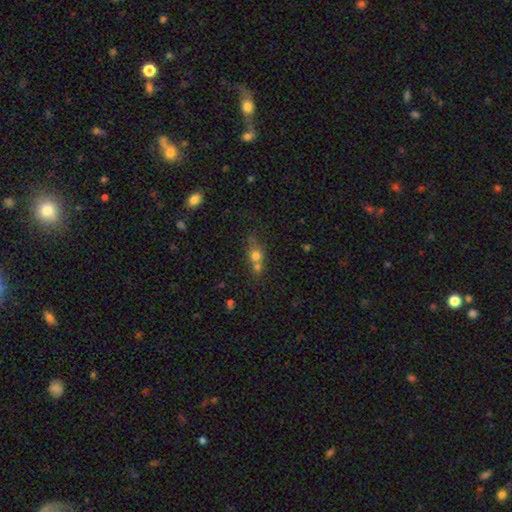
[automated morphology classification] smooth 66%, featured or disk 20%, star or artifact 14%. Down the decision tree: how rounded — round (63%); merging — merger (53%).